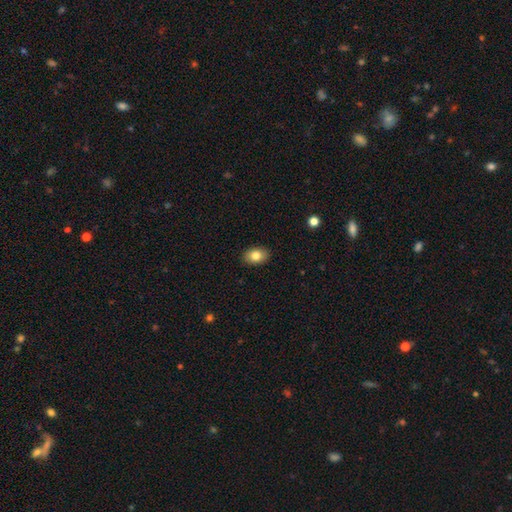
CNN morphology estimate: type=smooth (83%); roundness=in between (82%); merging=none (89%).